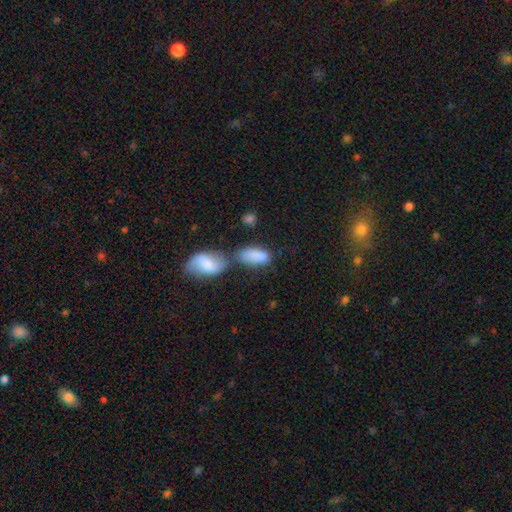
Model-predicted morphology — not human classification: This appears to be a smooth galaxy with no disk features (84%) that is in between round and cigar-shaped (88%). Merging: merger (39%).